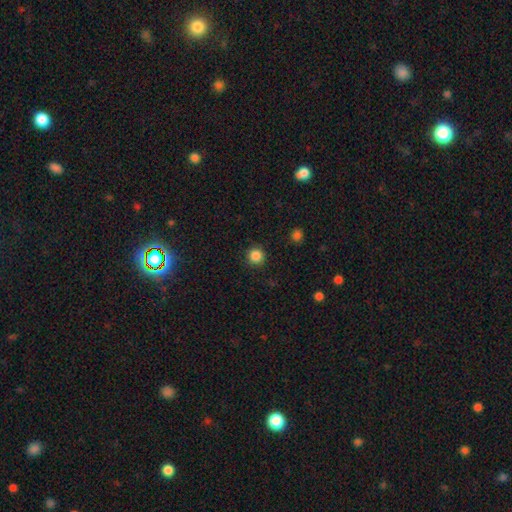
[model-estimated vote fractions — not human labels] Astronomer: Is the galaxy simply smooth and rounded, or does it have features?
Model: smooth — 85%.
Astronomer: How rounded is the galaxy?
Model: round — 95%.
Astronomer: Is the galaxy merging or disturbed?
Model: none — 91%.